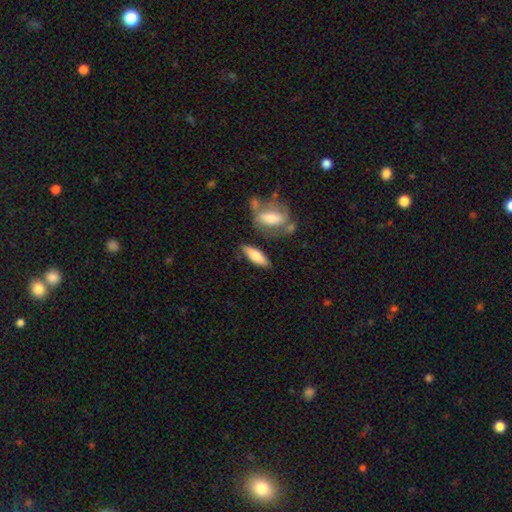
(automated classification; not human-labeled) smooth_or_featured: smooth (p=0.74) [alt: featured or disk p=0.20]
how_rounded: in between (p=0.52) [alt: cigar-shaped p=0.45]
merging: none (p=0.72) [alt: minor disturbance p=0.15]